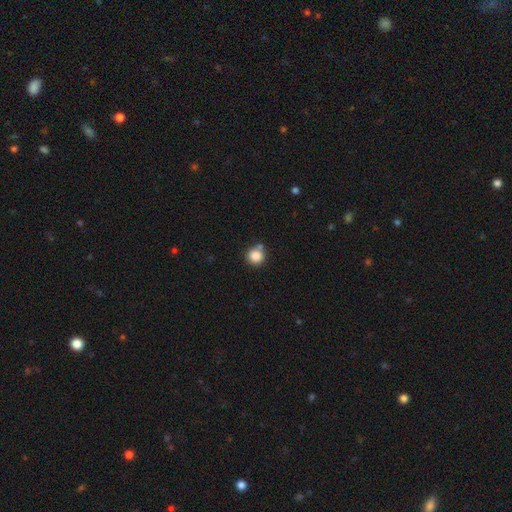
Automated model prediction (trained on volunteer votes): This is clearly a smooth galaxy (85%). How rounded: clearly round (92%). Merging: likely none (69%).